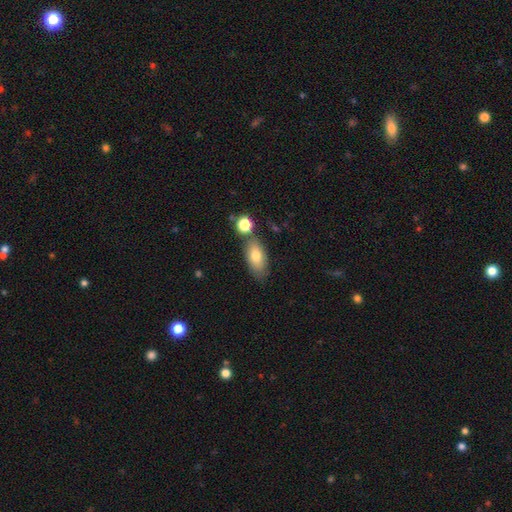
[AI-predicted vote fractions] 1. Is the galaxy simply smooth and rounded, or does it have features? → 77% smooth, 16% featured or disk, 7% star or artifact.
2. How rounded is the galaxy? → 88% in between, 8% cigar-shaped, 5% round.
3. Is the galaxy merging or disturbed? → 67% none, 15% minor disturbance, 14% merger, 4% major disturbance.